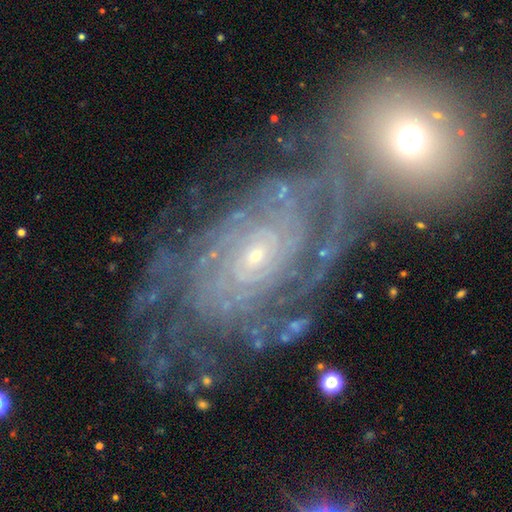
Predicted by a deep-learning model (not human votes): Q: Smooth or featured?
A: featured or disk (88%); runner-up: star or artifact (6%)
Q: Edge-on disk?
A: no (96%); runner-up: yes (4%)
Q: Bar?
A: no (68%); runner-up: weak (24%)
Q: Spiral arms?
A: yes (96%); runner-up: no (4%)
Q: Spiral winding?
A: tight (78%); runner-up: medium (18%)
Q: Spiral arm count?
A: can't tell (36%); runner-up: 4 (16%)
Q: Bulge size?
A: small (76%); runner-up: moderate (20%)
Q: Merging?
A: none (43%); runner-up: merger (25%)